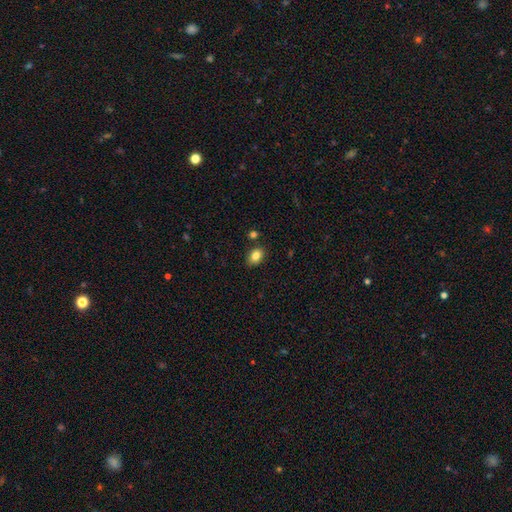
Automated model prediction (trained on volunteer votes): smooth 83%, star or artifact 9%, featured or disk 7%. Down the decision tree: how rounded — in between (78%); merging — none (83%).